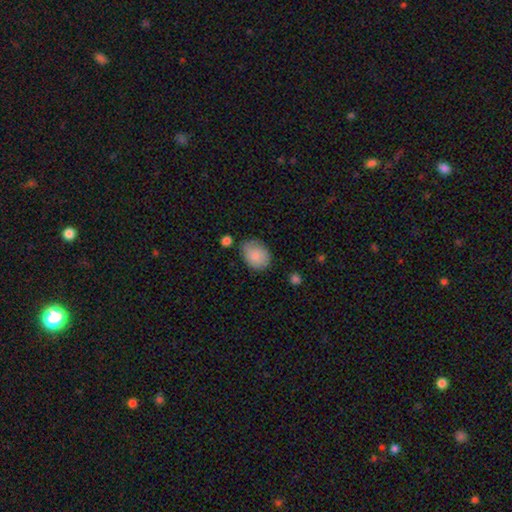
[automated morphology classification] smooth 86%, featured or disk 7%, star or artifact 7%. Down the decision tree: how rounded — in between (60%); merging — none (64%).